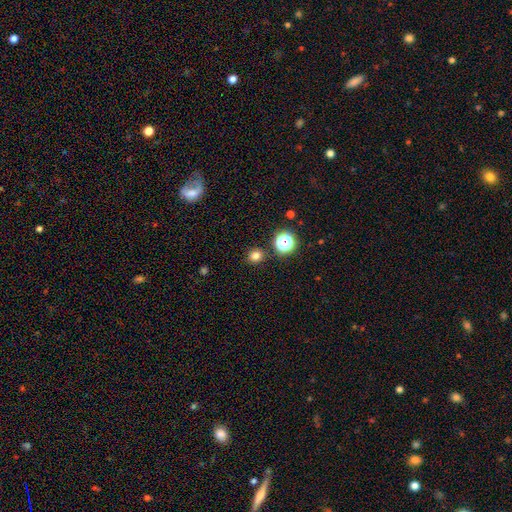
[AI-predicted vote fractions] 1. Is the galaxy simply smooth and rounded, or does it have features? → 77% smooth, 18% star or artifact, 5% featured or disk.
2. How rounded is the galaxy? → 87% round, 12% in between, 1% cigar-shaped.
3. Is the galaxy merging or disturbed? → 90% none, 6% minor disturbance, 2% merger, 2% major disturbance.